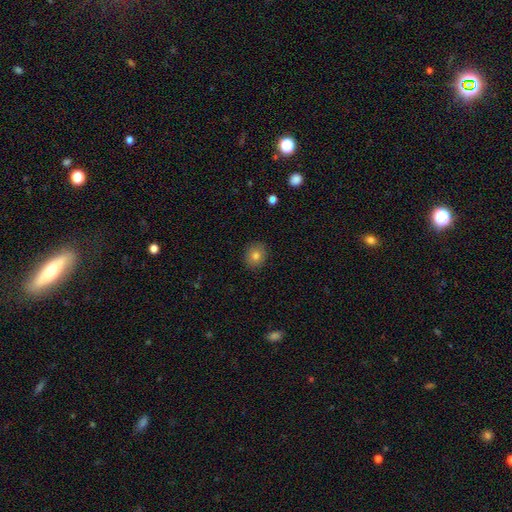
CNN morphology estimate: smooth_or_featured: smooth (p=0.80) [alt: star or artifact p=0.11]
how_rounded: round (p=0.73) [alt: in between p=0.26]
merging: none (p=0.89) [alt: minor disturbance p=0.08]